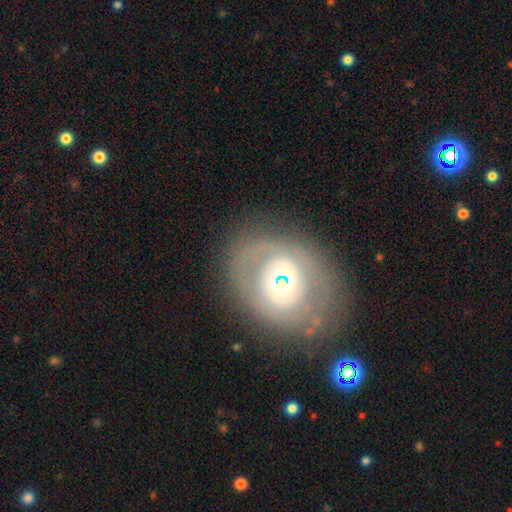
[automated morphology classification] featured or disk 67%, smooth 24%, star or artifact 8%. Down the decision tree: edge-on disk — no (95%); bar — no (64%); spiral arms — yes (52%); bulge size — small (47%); merging — none (76%).